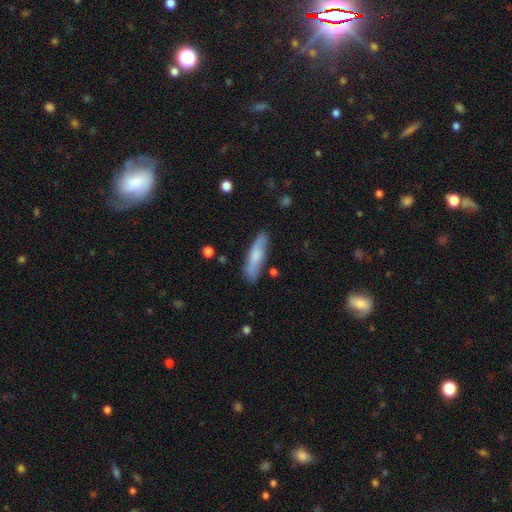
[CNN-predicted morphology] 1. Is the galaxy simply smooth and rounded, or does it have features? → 67% smooth, 27% featured or disk, 6% star or artifact.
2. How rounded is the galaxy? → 70% cigar-shaped, 28% in between, 2% round.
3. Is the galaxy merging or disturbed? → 78% none, 16% minor disturbance, 3% major disturbance, 2% merger.